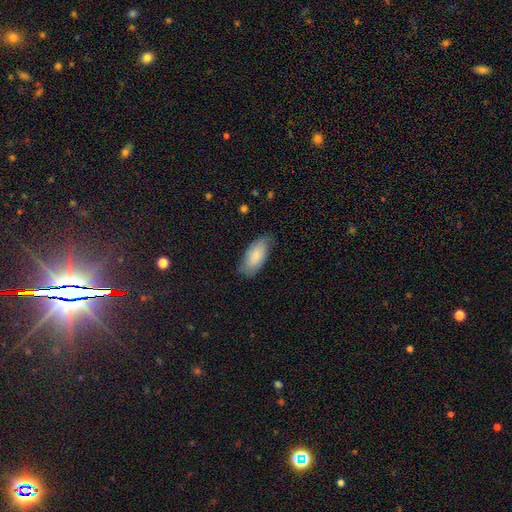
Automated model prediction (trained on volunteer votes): A smooth galaxy with no disk features (72%) that is in between round and cigar-shaped (91%). Merging: none (72%).